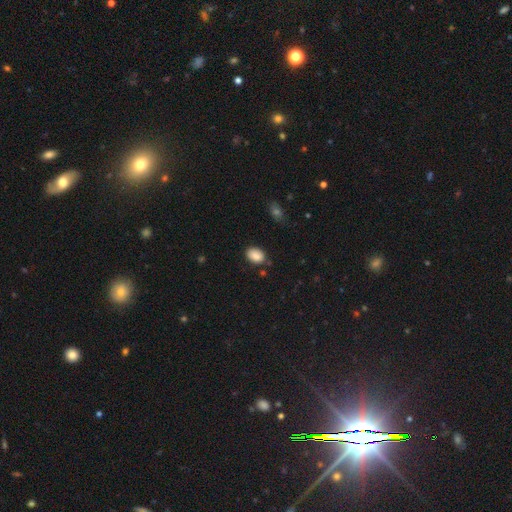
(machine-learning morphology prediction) Smooth or featured?
  - smooth: 87% *
  - star or artifact: 8%
  - featured or disk: 5%
How rounded?
  - in between: 76% *
  - round: 23%
  - cigar-shaped: 1%
Merging?
  - none: 80% *
  - minor disturbance: 14%
  - merger: 3%
  - major disturbance: 3%